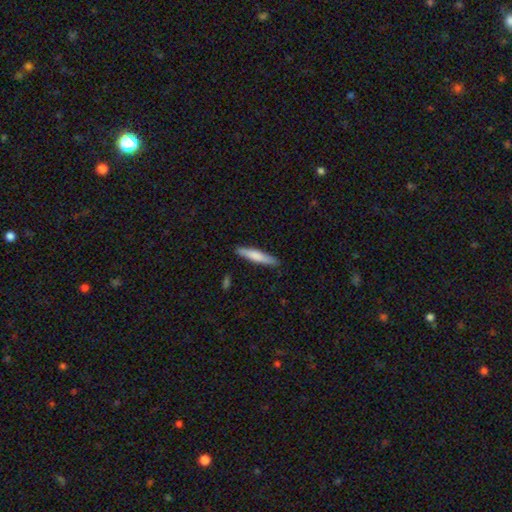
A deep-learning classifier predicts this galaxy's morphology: smooth 71%, featured or disk 24%, star or artifact 5%. Down the decision tree: how rounded — cigar-shaped (90%); merging — none (88%).